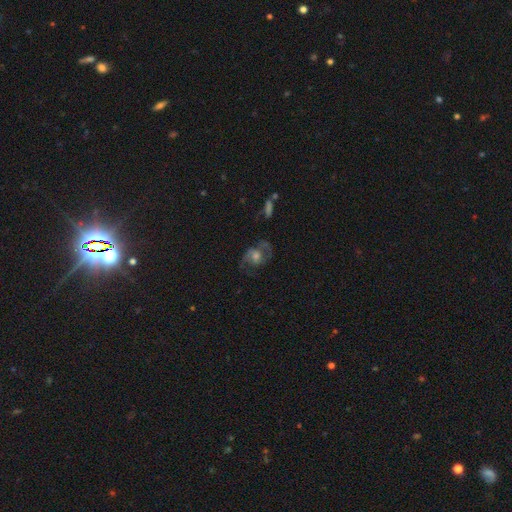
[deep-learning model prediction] Smooth or featured? featured or disk (70%)
Edge-on disk? no (96%)
Bar? no (61%)
Spiral arms? yes (86%)
Spiral winding? medium (51%)
Spiral arm count? 2 (82%)
Bulge size? moderate (53%)
Merging? none (64%)